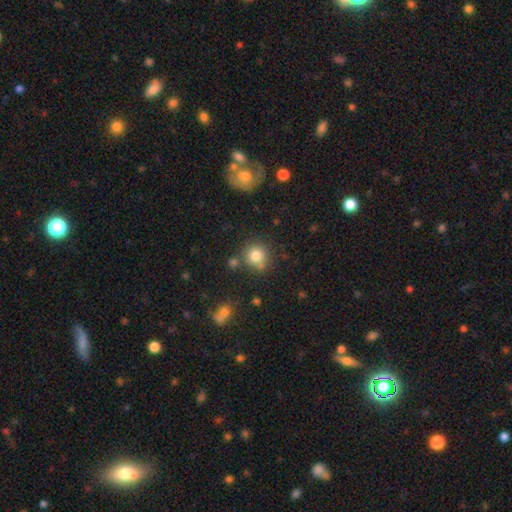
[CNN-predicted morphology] The model was most divided on "merging": none: 69%, minor disturbance: 14%, merger: 13%, major disturbance: 4%. More confident: how rounded — round (88%); smooth or featured — smooth (80%).